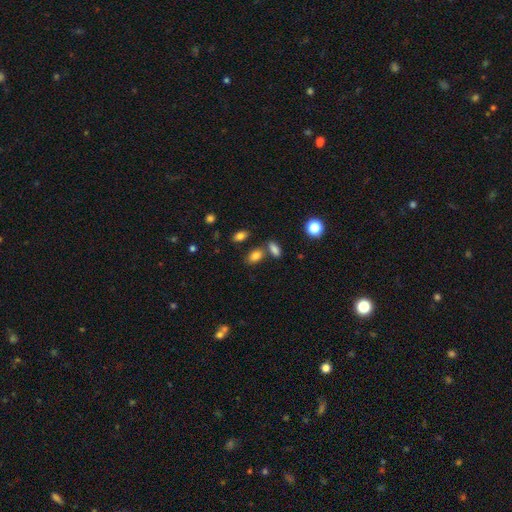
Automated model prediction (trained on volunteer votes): A smooth galaxy with no disk features (82%) that is in between round and cigar-shaped (86%).

Vote fractions:
- Smooth or featured? smooth: 82% / star or artifact: 10% / featured or disk: 7%
- How rounded? in between: 86% / round: 11% / cigar-shaped: 3%
- Merging? none: 67% / merger: 19% / minor disturbance: 11% / major disturbance: 4%